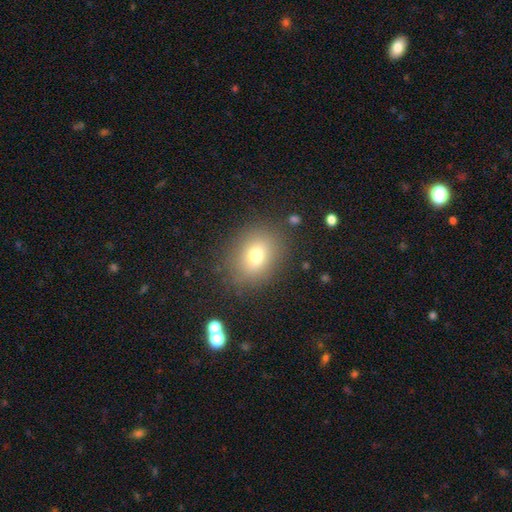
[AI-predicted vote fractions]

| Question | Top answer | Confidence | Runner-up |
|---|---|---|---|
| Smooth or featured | smooth | 73% | star or artifact (14%) |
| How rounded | round | 52% | in between (47%) |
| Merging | none | 84% | minor disturbance (10%) |